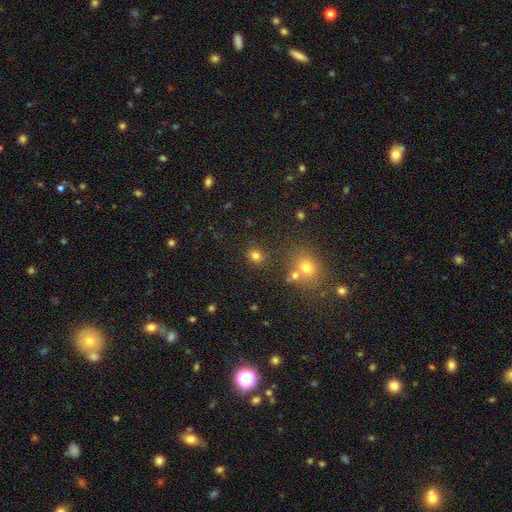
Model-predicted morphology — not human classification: The model was most divided on "how rounded": round: 62%, in between: 37%, cigar-shaped: 1%. More confident: merging — none (79%); smooth or featured — smooth (76%).